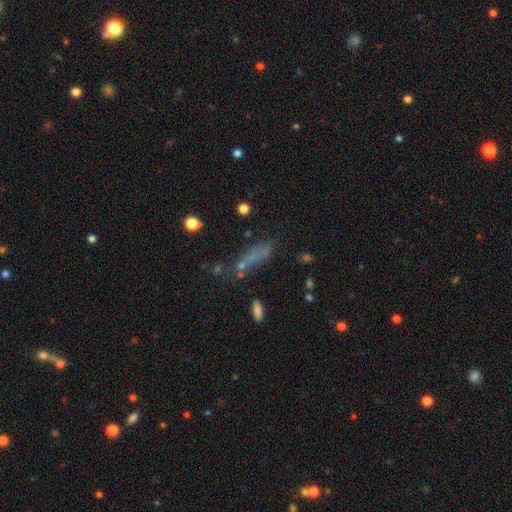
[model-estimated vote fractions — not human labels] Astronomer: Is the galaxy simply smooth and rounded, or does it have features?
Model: smooth — 45% (runner-up: star or artifact, 31%).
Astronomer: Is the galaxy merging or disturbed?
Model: none — 57%.